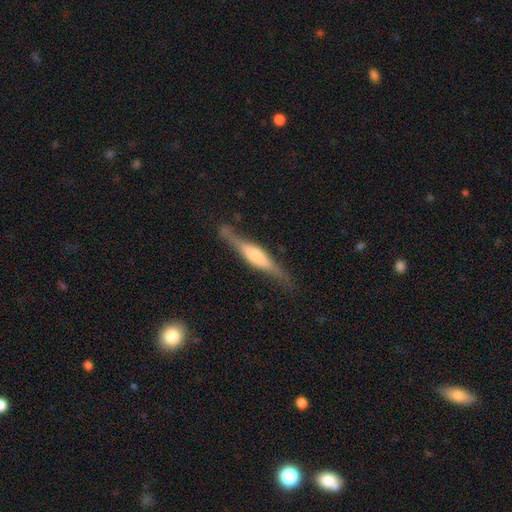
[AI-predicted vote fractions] Smooth or featured?
  - featured or disk: 67% *
  - smooth: 27%
  - star or artifact: 5%
Edge-on disk?
  - yes: 93% *
  - no: 7%
Edge-on bulge?
  - rounded: 53% *
  - boxy: 38%
  - none: 9%
Merging?
  - none: 76% *
  - minor disturbance: 17%
  - major disturbance: 5%
  - merger: 2%